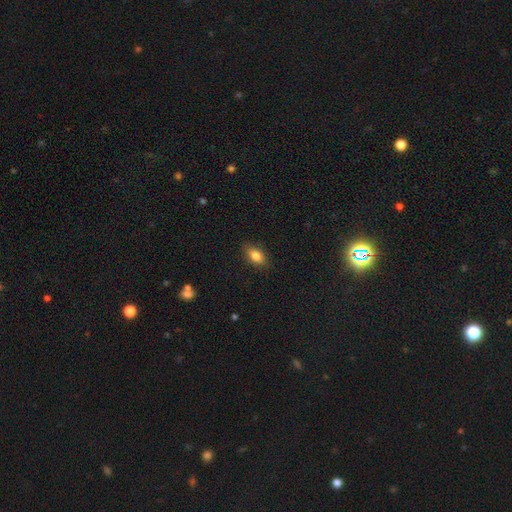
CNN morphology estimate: smooth 81%, featured or disk 11%, star or artifact 8%. Down the decision tree: how rounded — in between (86%); merging — none (85%).